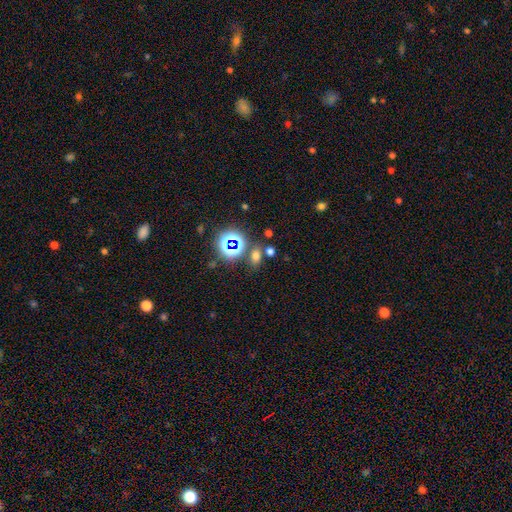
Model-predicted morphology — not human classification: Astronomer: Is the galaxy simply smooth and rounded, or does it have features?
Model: smooth — 60%.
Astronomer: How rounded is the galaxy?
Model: in between — 72%.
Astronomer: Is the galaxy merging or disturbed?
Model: none — 74%.